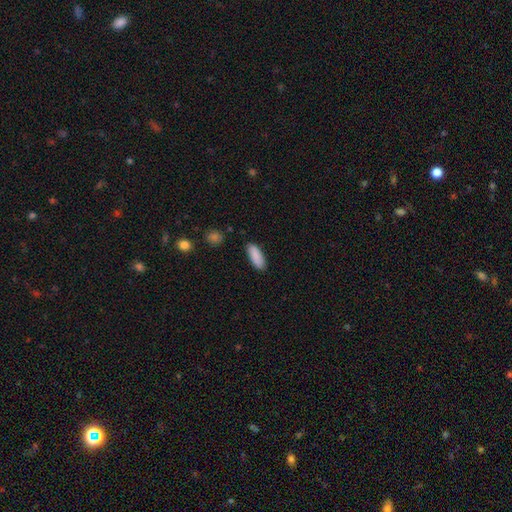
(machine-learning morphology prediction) This appears to be a smooth galaxy with no disk features (89%) that is in between round and cigar-shaped (72%). Merging: none (86%).